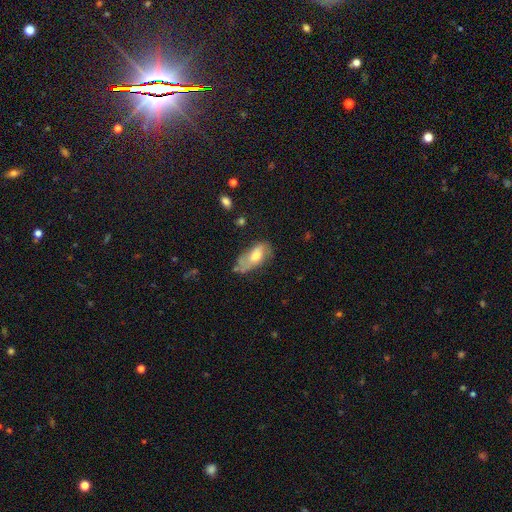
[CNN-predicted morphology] Smooth or featured? Predicted: smooth (p=0.51). How rounded? Predicted: in between (p=0.88). Merging? Predicted: none (p=0.46).